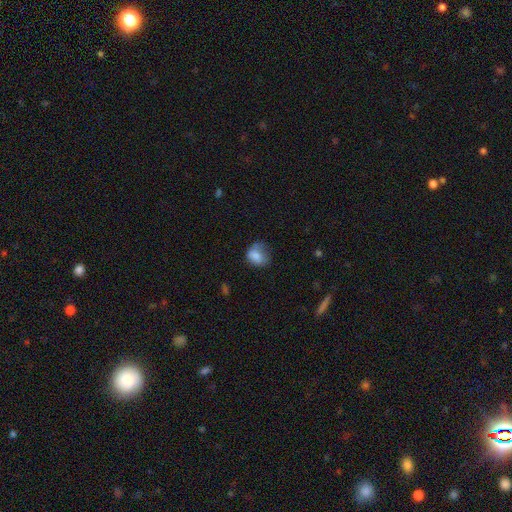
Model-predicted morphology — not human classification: This is likely a smooth galaxy (78%). How rounded: possibly in between (51%). Merging: possibly none (46%).